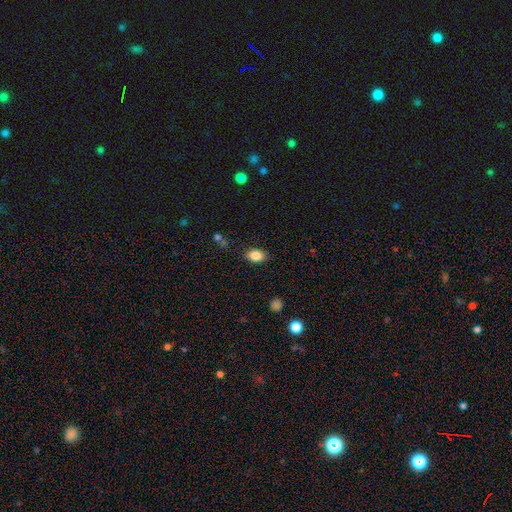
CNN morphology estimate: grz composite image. It shows a smooth galaxy with no disk features (85%) that is in between round and cigar-shaped (81%). Merging: none (84%).